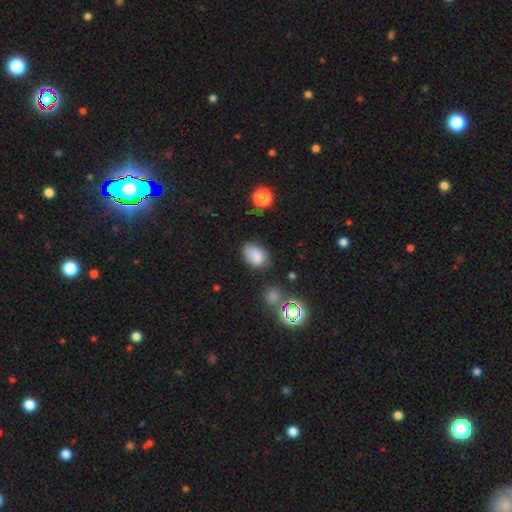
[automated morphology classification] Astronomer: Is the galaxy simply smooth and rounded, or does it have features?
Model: smooth — 83%.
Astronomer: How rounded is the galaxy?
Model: in between — 84%.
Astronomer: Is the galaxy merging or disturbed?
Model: none — 68%.